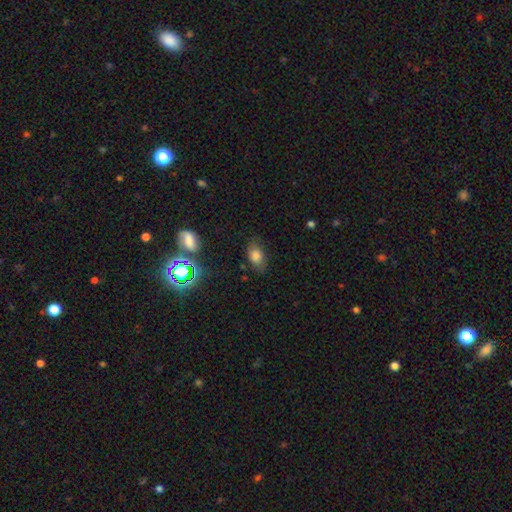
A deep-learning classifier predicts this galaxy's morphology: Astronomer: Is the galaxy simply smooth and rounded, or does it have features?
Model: smooth — 75%.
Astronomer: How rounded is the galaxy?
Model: in between — 85%.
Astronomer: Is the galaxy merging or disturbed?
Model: none — 74%.